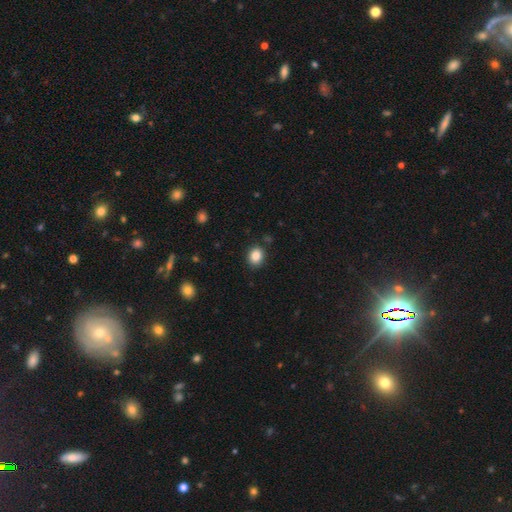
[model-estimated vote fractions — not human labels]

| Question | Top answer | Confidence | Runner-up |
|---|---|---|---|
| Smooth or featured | smooth | 87% | star or artifact (9%) |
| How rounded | round | 58% | in between (41%) |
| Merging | none | 87% | minor disturbance (9%) |